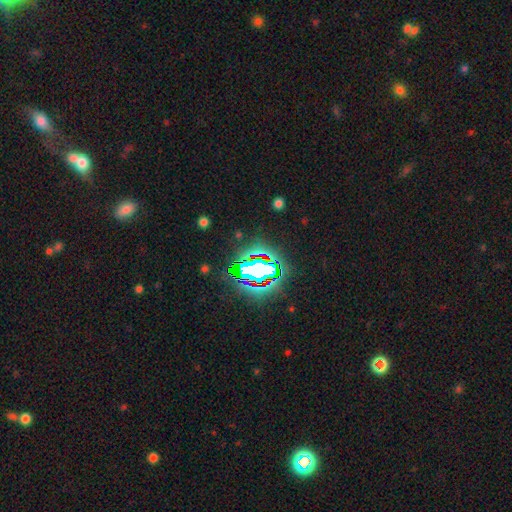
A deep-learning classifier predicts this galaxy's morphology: Smooth or featured? star or artifact (77%)